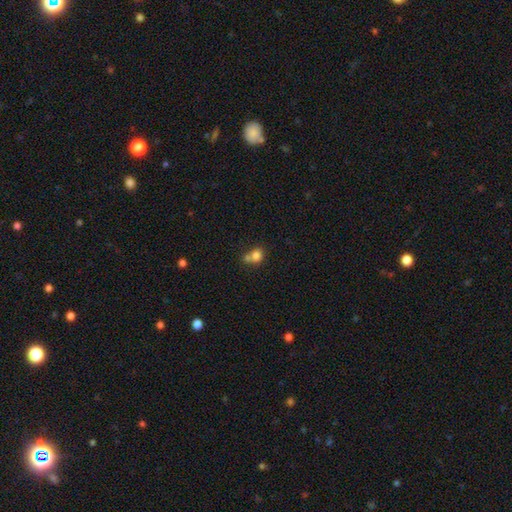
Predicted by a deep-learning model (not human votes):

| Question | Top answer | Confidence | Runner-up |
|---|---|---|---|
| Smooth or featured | smooth | 79% | star or artifact (11%) |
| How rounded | round | 68% | in between (31%) |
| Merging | merger | 46% | none (40%) |